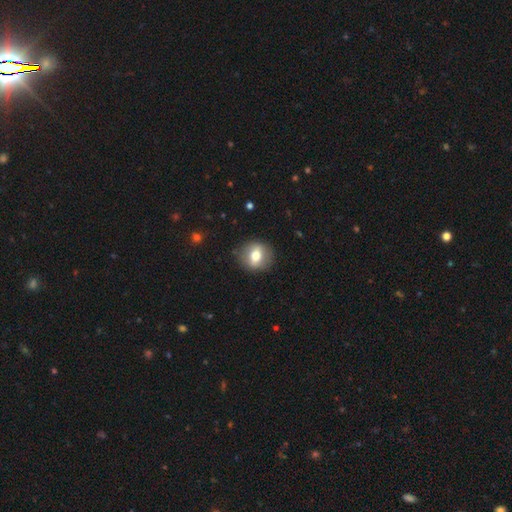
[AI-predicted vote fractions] This is likely a smooth galaxy (62%). How rounded: likely round (71%). Merging: clearly none (86%).